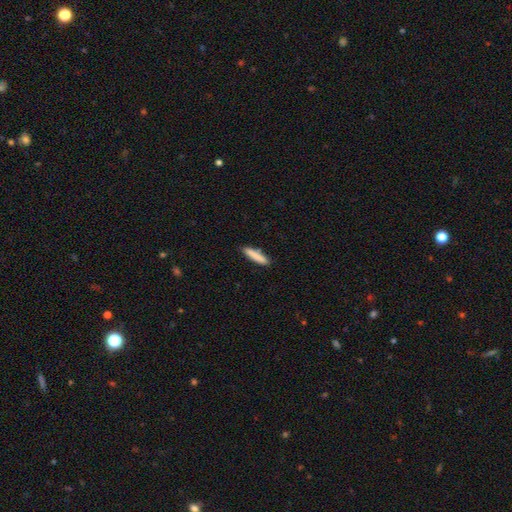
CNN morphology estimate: Smooth or featured?
  - smooth: 85% *
  - featured or disk: 9%
  - star or artifact: 6%
How rounded?
  - cigar-shaped: 84% *
  - in between: 15%
  - round: 1%
Merging?
  - none: 87% *
  - minor disturbance: 10%
  - merger: 2%
  - major disturbance: 2%